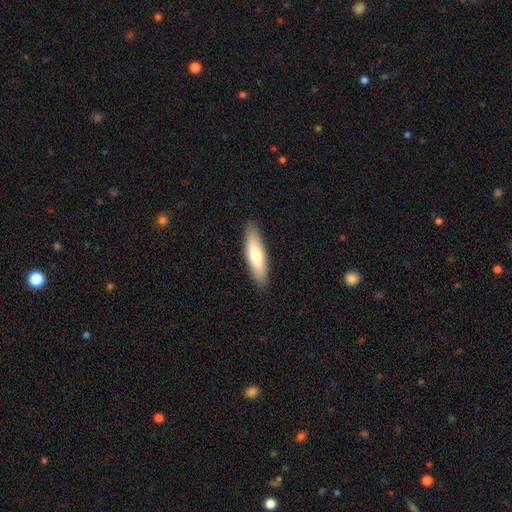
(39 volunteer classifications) Smooth or featured? smooth (67%)
How rounded? cigar-shaped (65%)
Merging? none (92%)